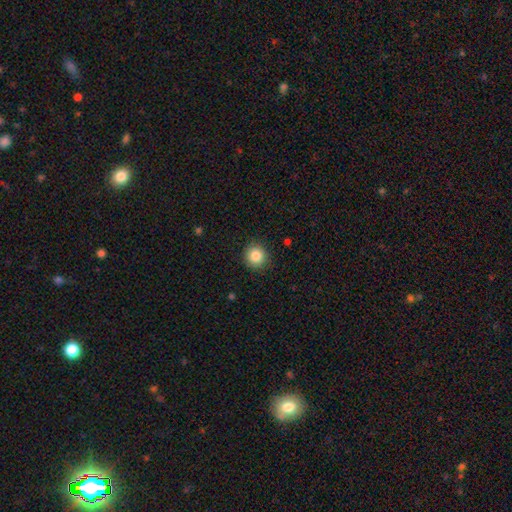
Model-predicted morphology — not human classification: type=smooth (85%); roundness=round (93%); merging=none (90%).